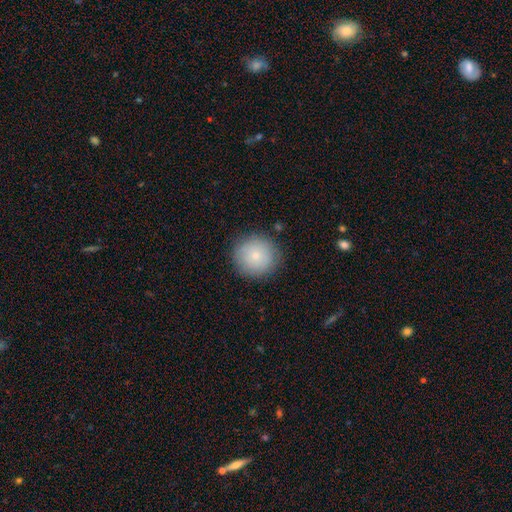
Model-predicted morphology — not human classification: type=smooth (80%); roundness=round (94%); merging=none (87%).